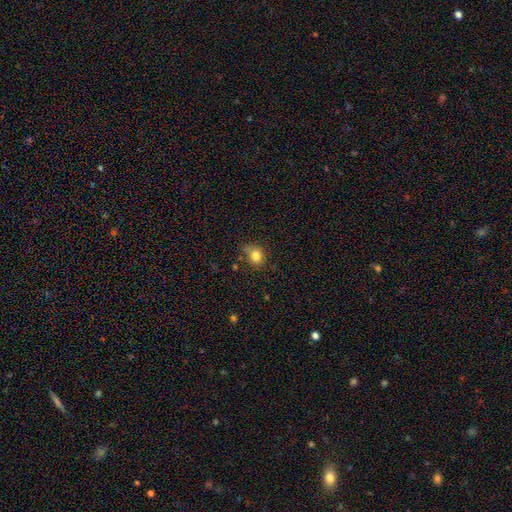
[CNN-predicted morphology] Q: Smooth or featured?
A: smooth (82%); runner-up: star or artifact (11%)
Q: How rounded?
A: round (63%); runner-up: in between (36%)
Q: Merging?
A: none (68%); runner-up: minor disturbance (23%)